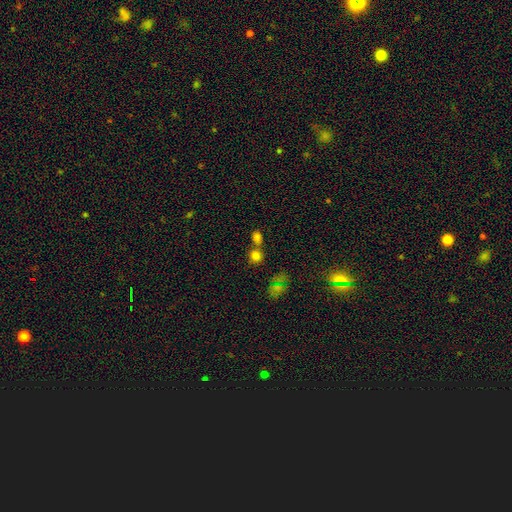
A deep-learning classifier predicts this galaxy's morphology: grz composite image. It shows a smooth galaxy with no disk features (76%) that is round (82%). Merging: none (53%).